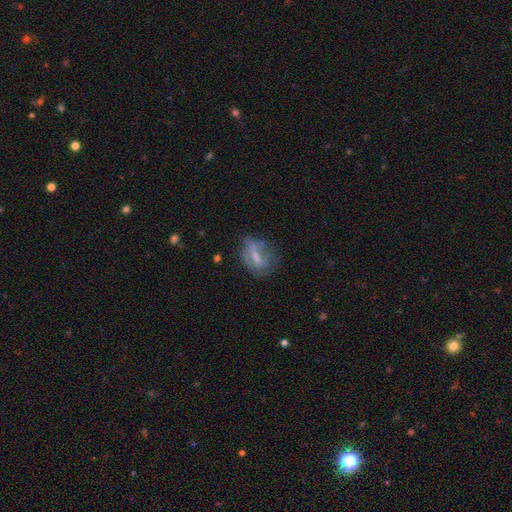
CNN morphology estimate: type=featured or disk (49%); merging=none (48%).